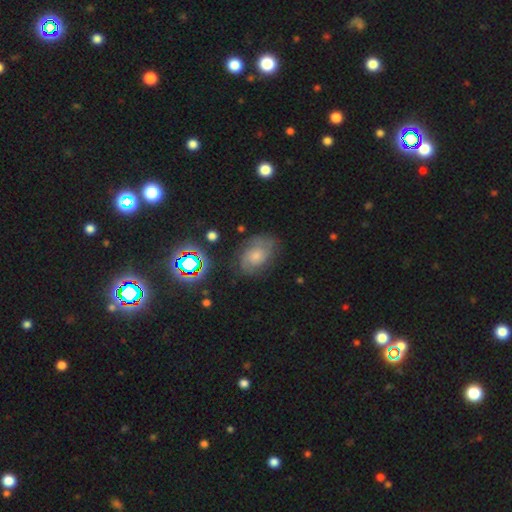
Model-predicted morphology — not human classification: Smooth or featured? Predicted: featured or disk (p=0.58). Edge-on disk? Predicted: no (p=0.96). Bar? Predicted: no (p=0.73). Spiral arms? Predicted: yes (p=0.89). Bulge size? Predicted: moderate (p=0.42). Merging? Predicted: none (p=0.72).